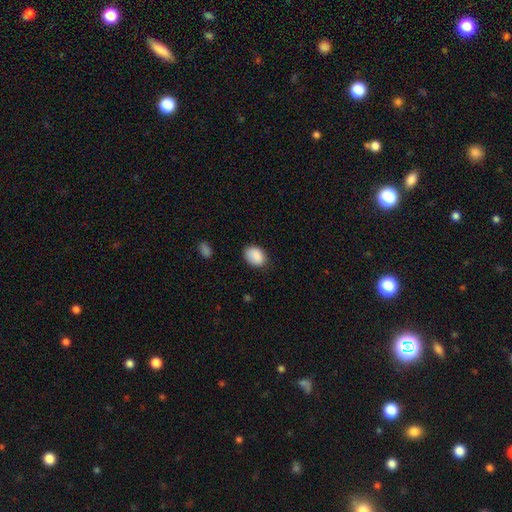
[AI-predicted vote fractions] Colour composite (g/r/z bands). It shows a smooth galaxy with no disk features (89%) that is in between round and cigar-shaped (75%). Merging: none (80%).